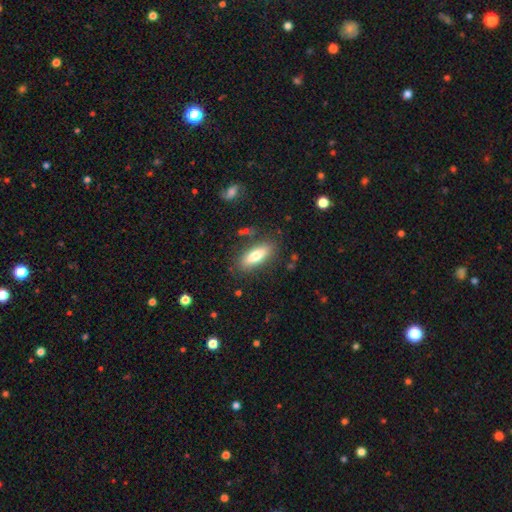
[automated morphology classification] This appears to be a smooth galaxy with no disk features (72%) that is in between round and cigar-shaped (63%). Merging: none (83%).